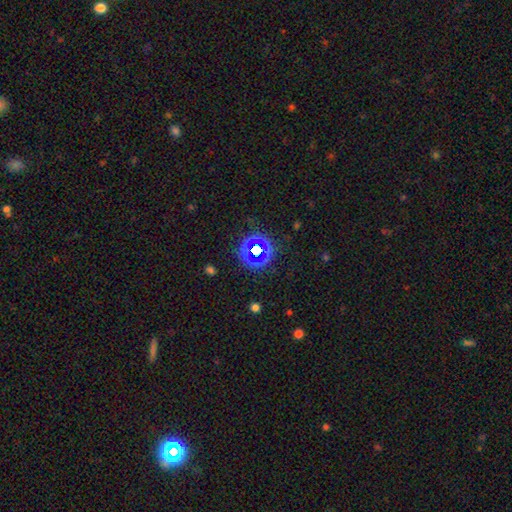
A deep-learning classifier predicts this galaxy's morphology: star or artifact 66%, smooth 23%, featured or disk 11%.